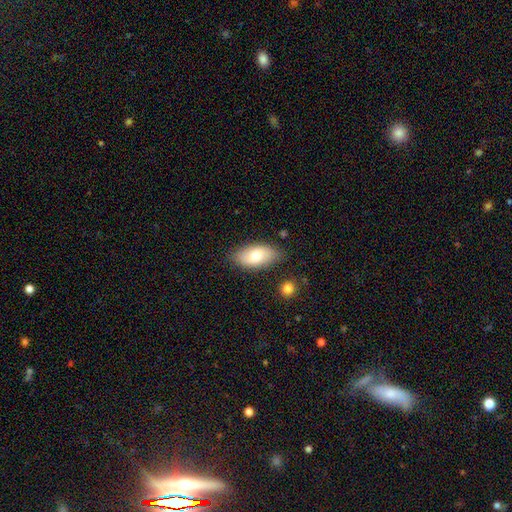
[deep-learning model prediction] This appears to be a smooth galaxy with no disk features (73%) that is in between round and cigar-shaped (93%). Merging: none (80%).